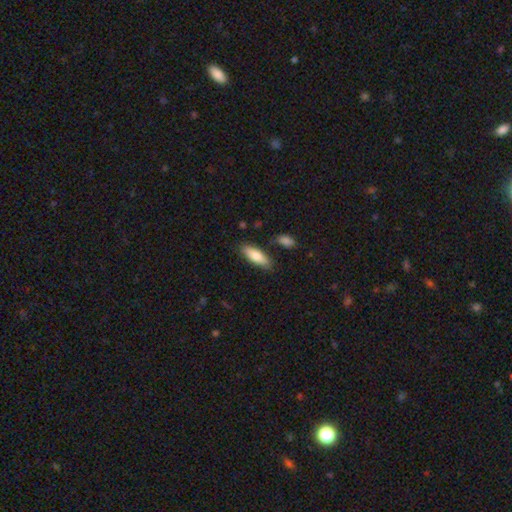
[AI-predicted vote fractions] Smooth or featured?
  - smooth: 79% *
  - featured or disk: 15%
  - star or artifact: 6%
How rounded?
  - in between: 64% *
  - cigar-shaped: 34%
  - round: 2%
Merging?
  - none: 80% *
  - minor disturbance: 13%
  - merger: 4%
  - major disturbance: 3%